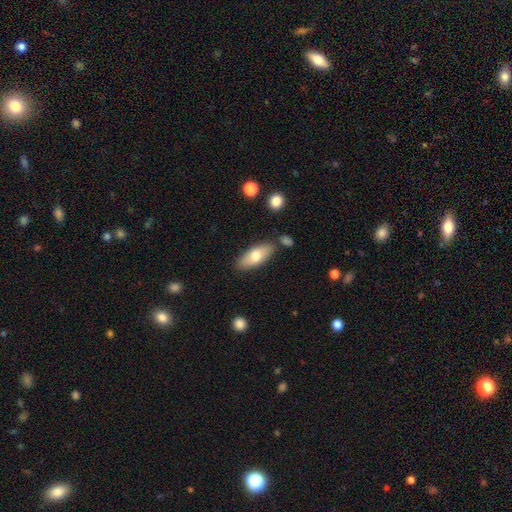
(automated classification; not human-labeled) A smooth galaxy with no disk features (71%) that is in between round and cigar-shaped (77%).

Vote fractions:
- Smooth or featured? smooth: 71% / featured or disk: 23% / star or artifact: 6%
- How rounded? in between: 77% / cigar-shaped: 20% / round: 3%
- Merging? none: 81% / minor disturbance: 12% / merger: 4% / major disturbance: 3%